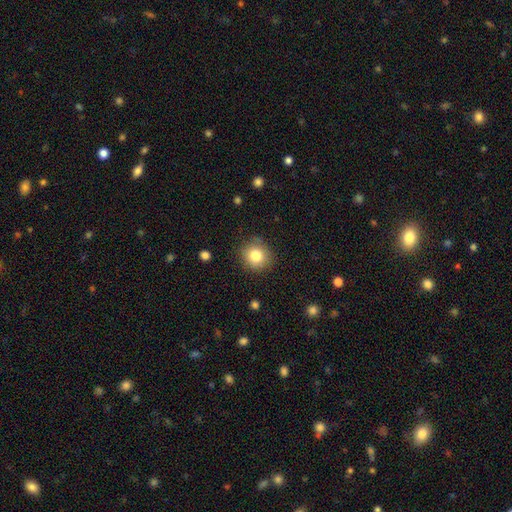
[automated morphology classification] This is clearly a smooth galaxy (82%). How rounded: clearly round (88%). Merging: clearly none (85%).